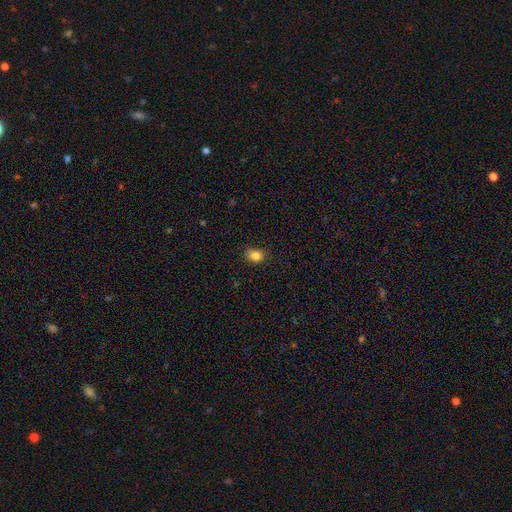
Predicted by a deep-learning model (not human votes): A smooth galaxy with no disk features (83%) that is in between round and cigar-shaped (50%).

Vote fractions:
- Smooth or featured? smooth: 83% / star or artifact: 11% / featured or disk: 5%
- How rounded? in between: 50% / round: 49% / cigar-shaped: 1%
- Merging? none: 80% / minor disturbance: 16% / major disturbance: 3% / merger: 1%